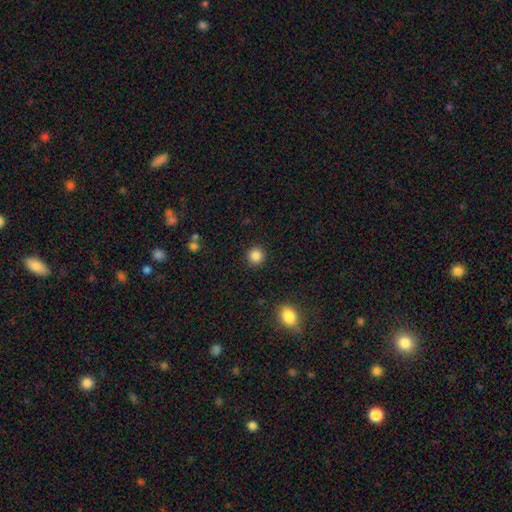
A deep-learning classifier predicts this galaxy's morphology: type=smooth (86%); roundness=round (93%); merging=none (91%).